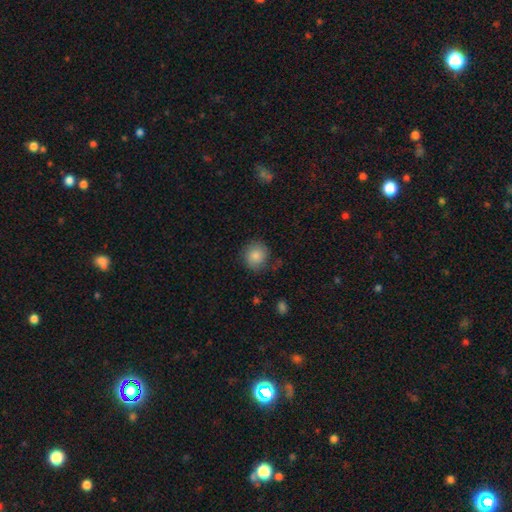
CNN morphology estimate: smooth-or-featured: smooth: 85% | star or artifact: 8% | featured or disk: 7%
  how-rounded: round: 86% | in between: 13% | cigar-shaped: 1%
  merging: none: 77% | minor disturbance: 17% | major disturbance: 5% | merger: 2%